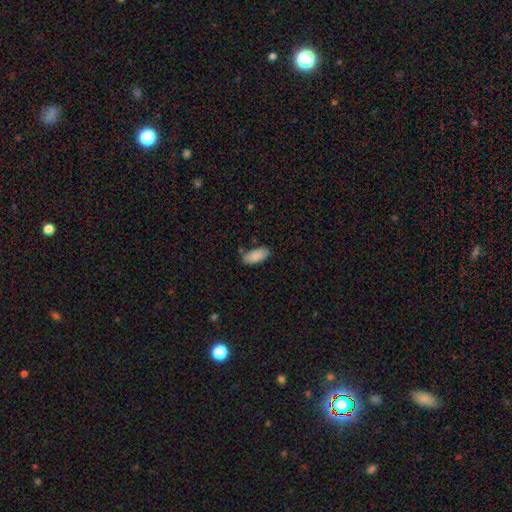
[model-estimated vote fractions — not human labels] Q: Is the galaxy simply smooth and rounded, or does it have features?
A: smooth — 89%.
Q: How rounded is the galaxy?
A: in between — 90%.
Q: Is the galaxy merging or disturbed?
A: none — 77%.